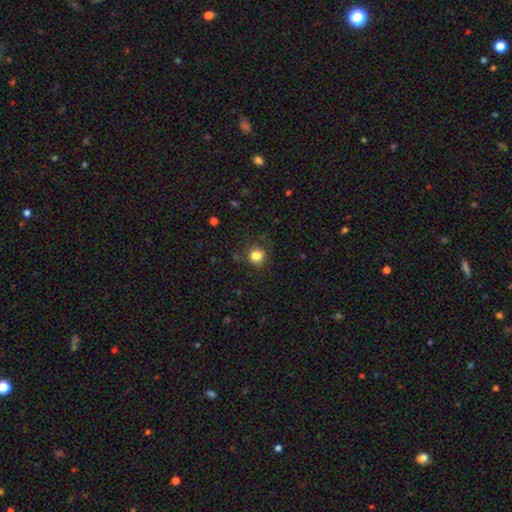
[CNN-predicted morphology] smooth 83%, star or artifact 12%, featured or disk 5%. Down the decision tree: how rounded — round (88%); merging — none (84%).